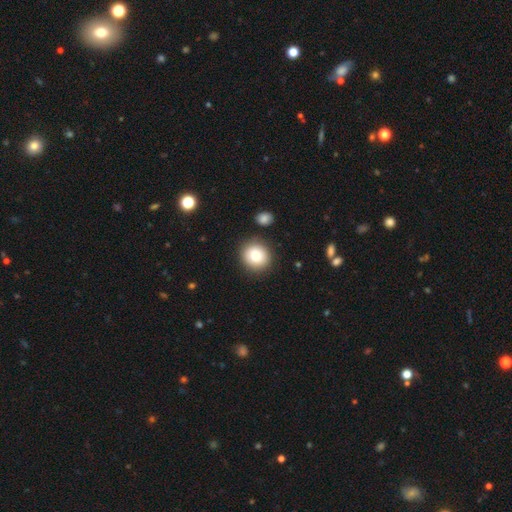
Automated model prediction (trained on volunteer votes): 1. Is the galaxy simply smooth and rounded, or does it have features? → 82% smooth, 9% star or artifact, 9% featured or disk.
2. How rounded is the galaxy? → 87% round, 12% in between, 1% cigar-shaped.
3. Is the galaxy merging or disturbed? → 86% none, 8% minor disturbance, 3% merger, 2% major disturbance.